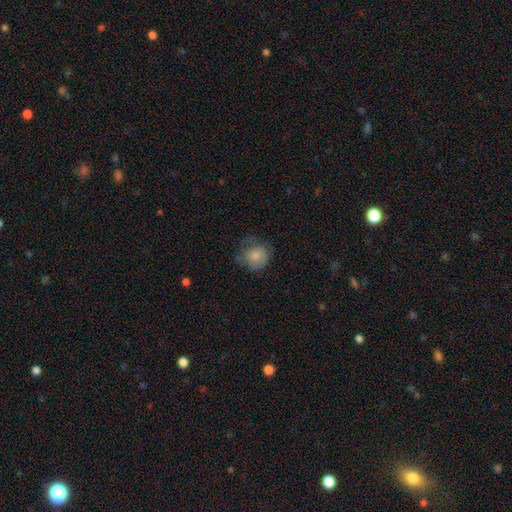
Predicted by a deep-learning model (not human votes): Q: Smooth or featured?
A: smooth (80%); runner-up: featured or disk (12%)
Q: How rounded?
A: round (85%); runner-up: in between (14%)
Q: Merging?
A: none (60%); runner-up: minor disturbance (28%)